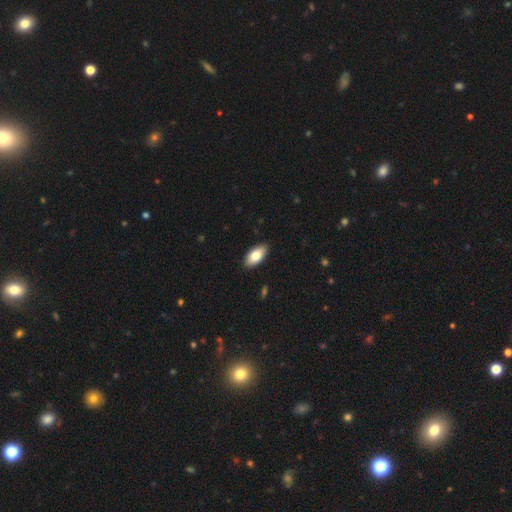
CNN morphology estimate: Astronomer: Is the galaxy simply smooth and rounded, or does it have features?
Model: smooth — 79%.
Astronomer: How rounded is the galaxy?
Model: in between — 93%.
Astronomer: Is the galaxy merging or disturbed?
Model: none — 90%.